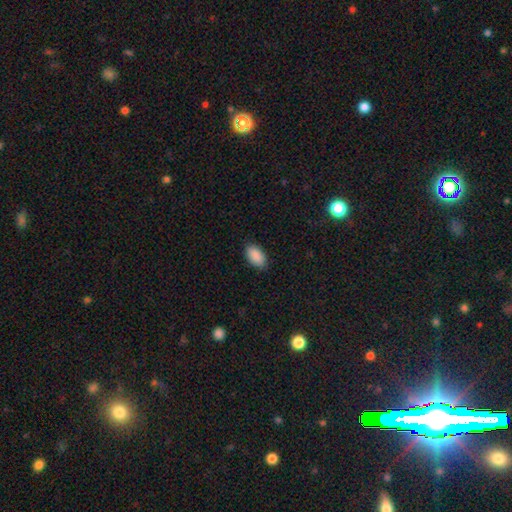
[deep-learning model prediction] Smooth or featured: smooth — 91% (star or artifact — 7%)
How rounded: in between — 94% (round — 4%)
Merging: none — 88% (minor disturbance — 9%)